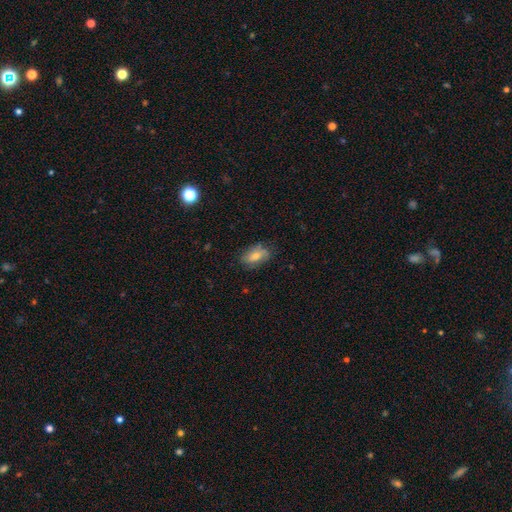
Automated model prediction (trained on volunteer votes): A smooth galaxy with no disk features (61%) that is in between round and cigar-shaped (87%). Merging: none (73%).